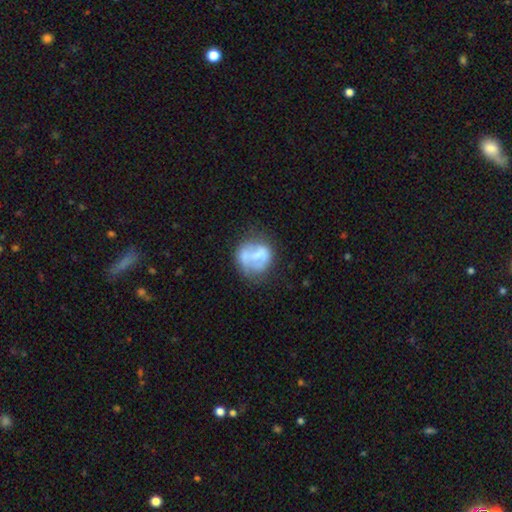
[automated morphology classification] A smooth galaxy with no disk features (46%).

Vote fractions:
- Smooth or featured? smooth: 46% / featured or disk: 45% / star or artifact: 9%
- Merging? none: 44% / minor disturbance: 25% / major disturbance: 21% / merger: 11%